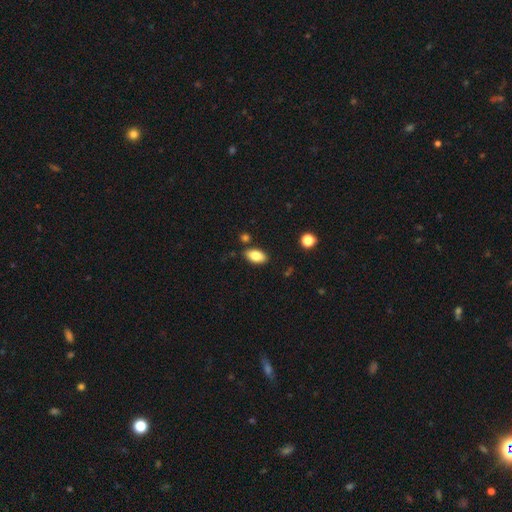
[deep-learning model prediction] Smooth or featured: smooth — 83% (featured or disk — 10%)
How rounded: in between — 92% (round — 5%)
Merging: none — 84% (minor disturbance — 10%)